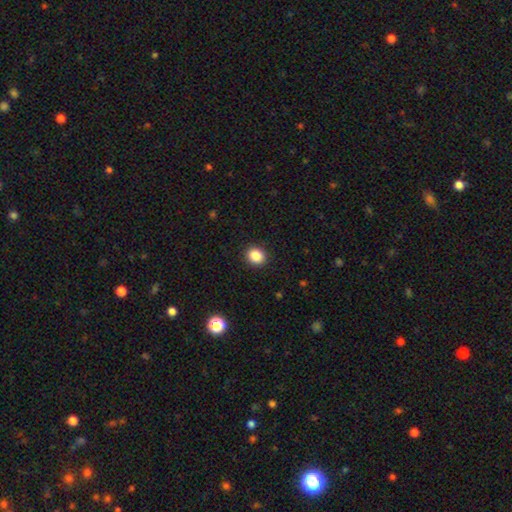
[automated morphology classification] This appears to be a smooth galaxy with no disk features (86%) that is round (73%). Merging: none (91%).